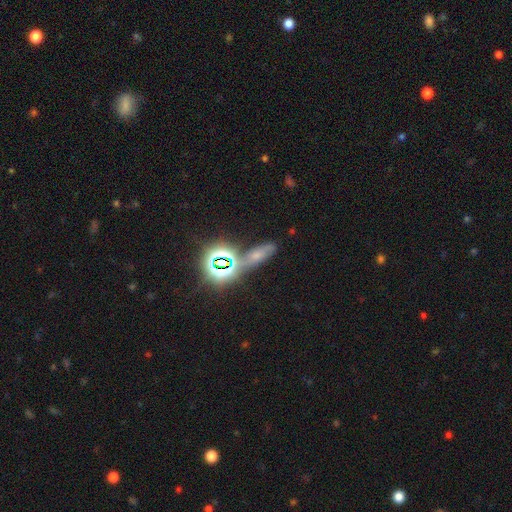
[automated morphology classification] Smooth or featured?
  - star or artifact: 47% *
  - smooth: 33%
  - featured or disk: 19%